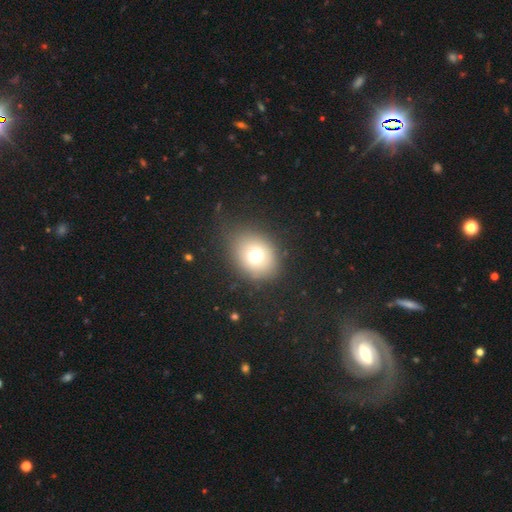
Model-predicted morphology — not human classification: This is likely a smooth galaxy (70%). How rounded: possibly round (56%). Merging: likely none (76%).